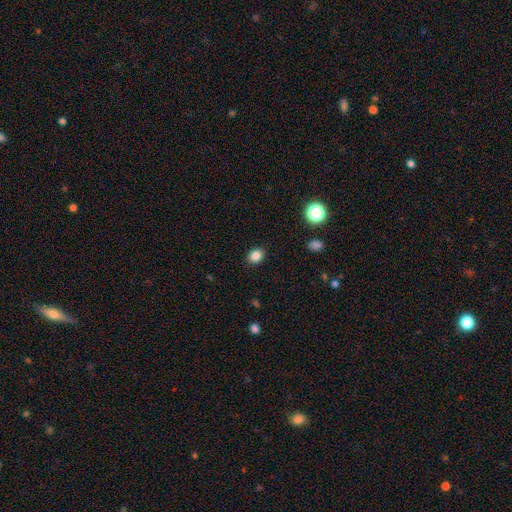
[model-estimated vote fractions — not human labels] Smooth or featured?
  - smooth: 85% *
  - star or artifact: 11%
  - featured or disk: 5%
How rounded?
  - in between: 54% *
  - round: 45%
  - cigar-shaped: 1%
Merging?
  - none: 89% *
  - minor disturbance: 8%
  - major disturbance: 2%
  - merger: 1%